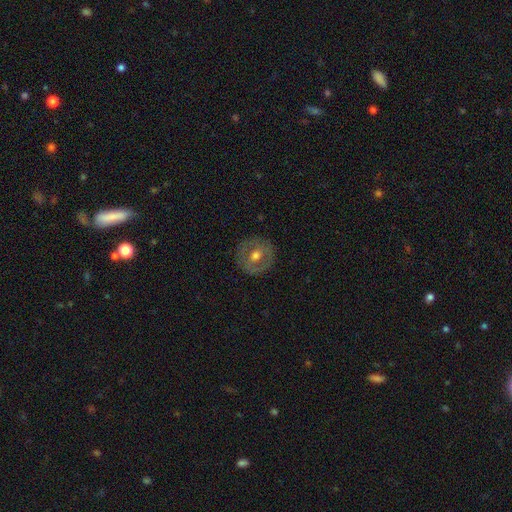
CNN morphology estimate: Smooth or featured?
  - featured or disk: 54% *
  - smooth: 39%
  - star or artifact: 7%
Edge-on disk?
  - no: 95% *
  - yes: 5%
Bar?
  - no: 54% *
  - weak: 33%
  - strong: 13%
Spiral arms?
  - no: 78% *
  - yes: 22%
Bulge size?
  - moderate: 78% *
  - small: 12%
  - large: 8%
  - none: 1%
  - dominant: 1%
Merging?
  - none: 84% *
  - minor disturbance: 11%
  - major disturbance: 4%
  - merger: 1%